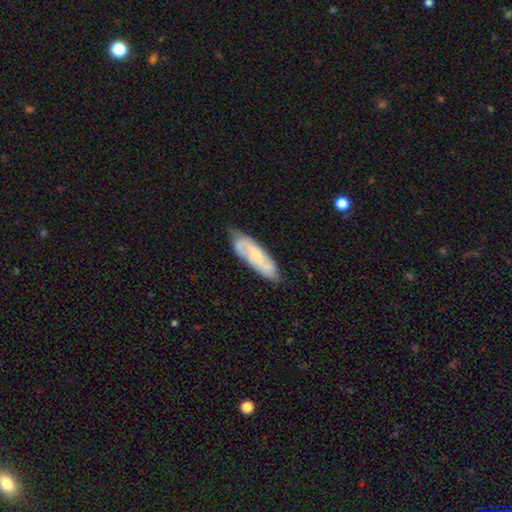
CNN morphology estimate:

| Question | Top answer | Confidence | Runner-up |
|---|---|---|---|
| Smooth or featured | featured or disk | 57% | smooth (37%) |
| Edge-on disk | no | 81% | yes (19%) |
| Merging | none | 69% | minor disturbance (24%) |